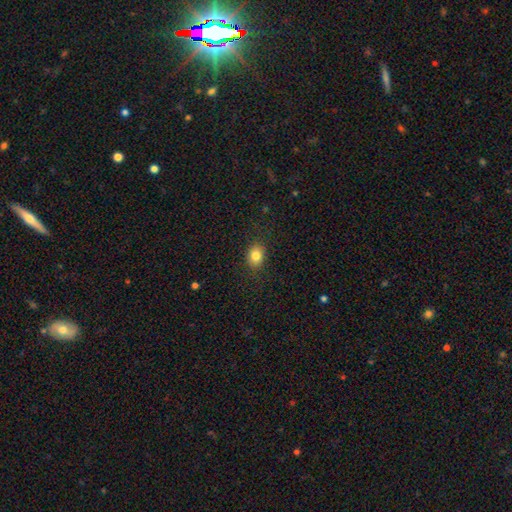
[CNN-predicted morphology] A smooth galaxy with no disk features (83%) that is in between round and cigar-shaped (58%). Merging: none (87%).